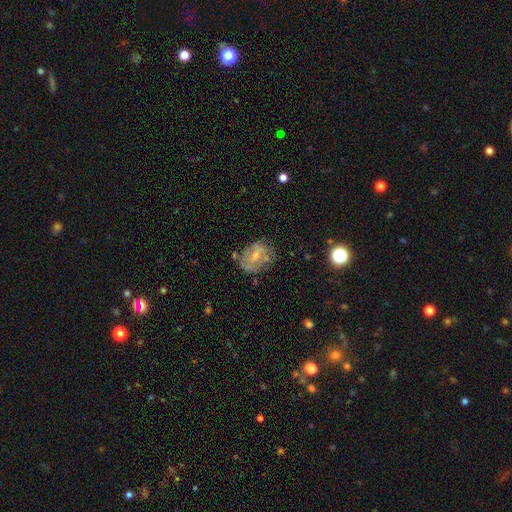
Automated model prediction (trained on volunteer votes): This appears to be a featured or disk galaxy (51%). Merging: none (54%).